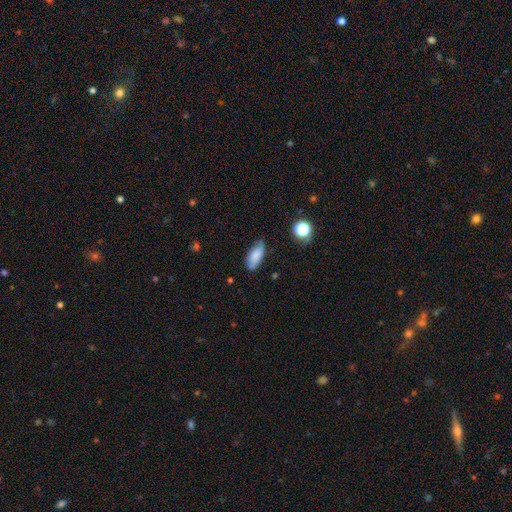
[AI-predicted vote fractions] Smooth or featured: smooth — 76% (featured or disk — 15%)
How rounded: in between — 87% (cigar-shaped — 10%)
Merging: none — 65% (minor disturbance — 27%)